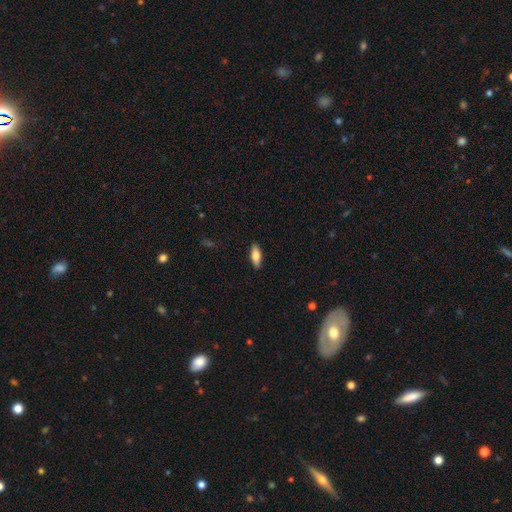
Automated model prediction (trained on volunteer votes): Smooth or featured?
  - smooth: 73% *
  - featured or disk: 20%
  - star or artifact: 6%
How rounded?
  - in between: 69% *
  - cigar-shaped: 29%
  - round: 2%
Merging?
  - none: 89% *
  - minor disturbance: 8%
  - major disturbance: 2%
  - merger: 1%